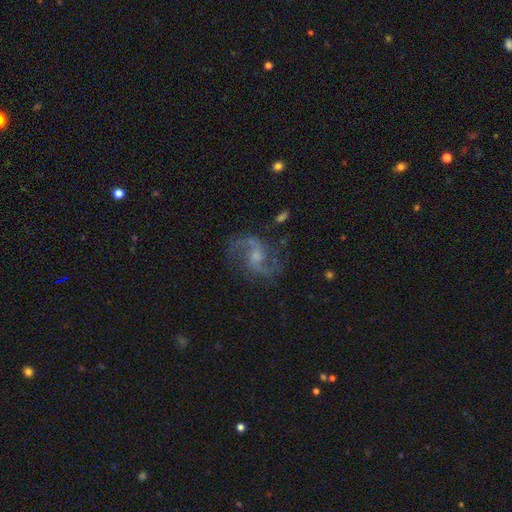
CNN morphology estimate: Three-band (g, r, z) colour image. It shows a featured or disk galaxy (89%) with a weak bar (46%), 2 (93%) medium (48%) spiral arms (98%) and a small central bulge (44%). Merging: none (77%).